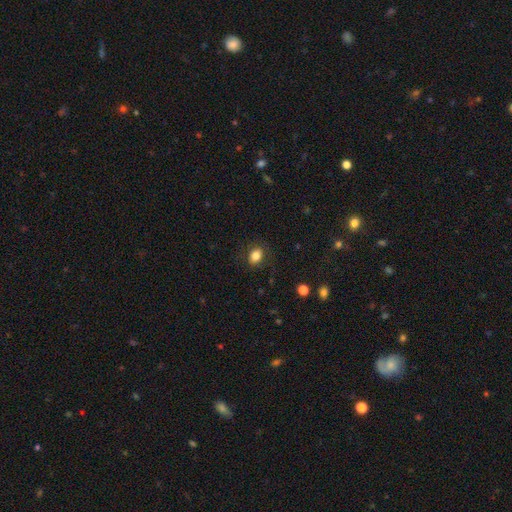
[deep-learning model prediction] Q: Smooth or featured?
A: smooth (83%); runner-up: star or artifact (10%)
Q: How rounded?
A: in between (62%); runner-up: round (37%)
Q: Merging?
A: none (83%); runner-up: minor disturbance (12%)